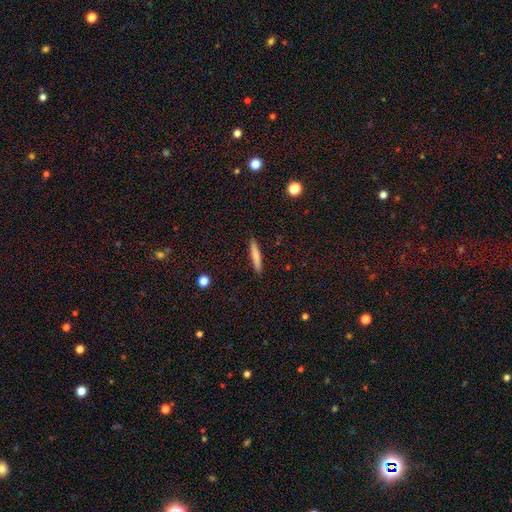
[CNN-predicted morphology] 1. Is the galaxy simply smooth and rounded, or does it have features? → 73% smooth, 21% featured or disk, 7% star or artifact.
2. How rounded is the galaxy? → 92% cigar-shaped, 6% in between, 2% round.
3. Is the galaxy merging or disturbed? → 90% none, 7% minor disturbance, 2% major disturbance, 1% merger.